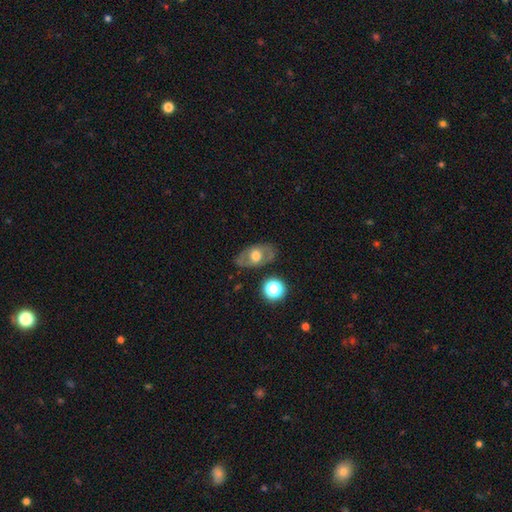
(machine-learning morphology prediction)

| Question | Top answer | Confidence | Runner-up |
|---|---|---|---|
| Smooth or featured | featured or disk | 51% | smooth (41%) |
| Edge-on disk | no | 87% | yes (13%) |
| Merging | none | 76% | minor disturbance (15%) |